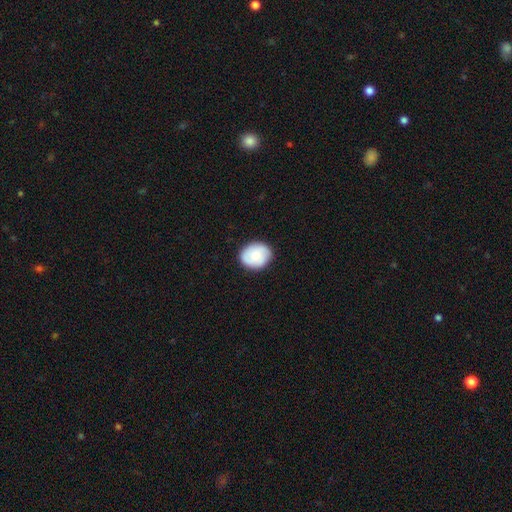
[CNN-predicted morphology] type=smooth (69%); roundness=round (58%); merging=none (86%).